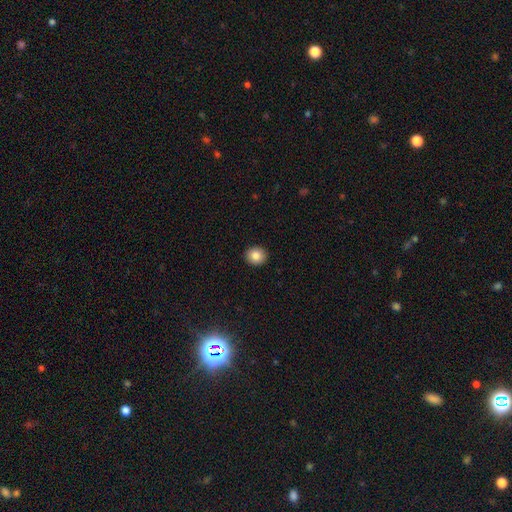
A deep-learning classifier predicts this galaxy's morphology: smooth_or_featured: smooth (p=0.84) [alt: star or artifact p=0.09]
how_rounded: round (p=0.81) [alt: in between p=0.18]
merging: none (p=0.92) [alt: minor disturbance p=0.05]